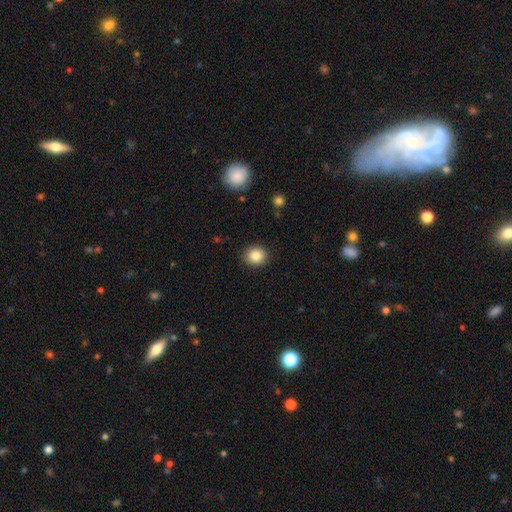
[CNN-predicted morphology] type=smooth (84%); roundness=round (78%); merging=none (90%).